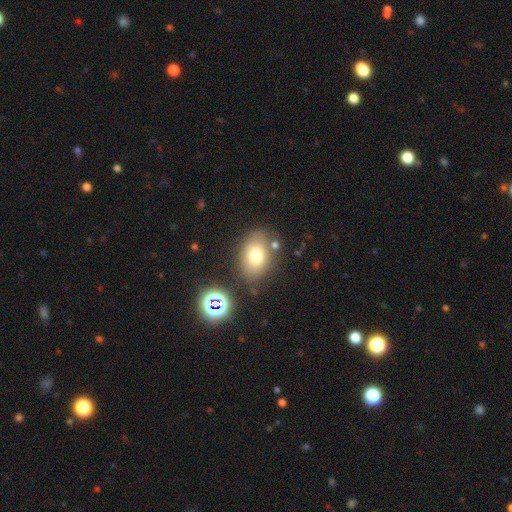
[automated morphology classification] Q: Smooth or featured?
A: smooth (74%); runner-up: featured or disk (14%)
Q: How rounded?
A: in between (77%); runner-up: round (22%)
Q: Merging?
A: none (74%); runner-up: minor disturbance (14%)